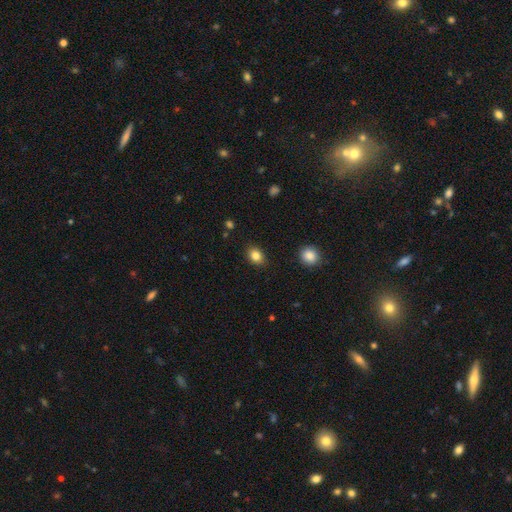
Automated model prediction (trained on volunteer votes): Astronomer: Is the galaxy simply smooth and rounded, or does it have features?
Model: smooth — 84%.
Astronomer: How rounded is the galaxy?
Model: in between — 62%.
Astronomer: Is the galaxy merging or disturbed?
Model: none — 88%.